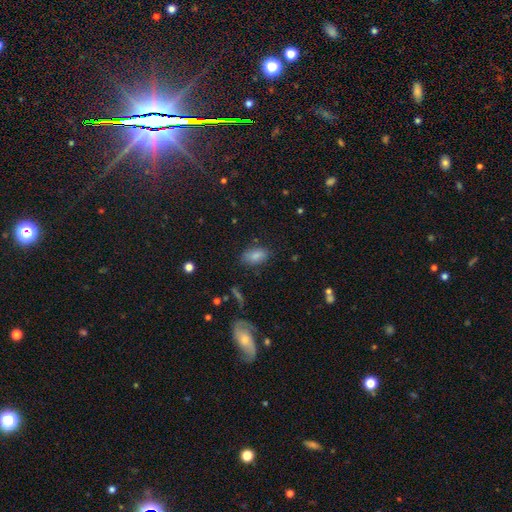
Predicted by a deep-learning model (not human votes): Smooth or featured? Predicted: smooth (p=0.83). How rounded? Predicted: in between (p=0.91). Merging? Predicted: none (p=0.77).